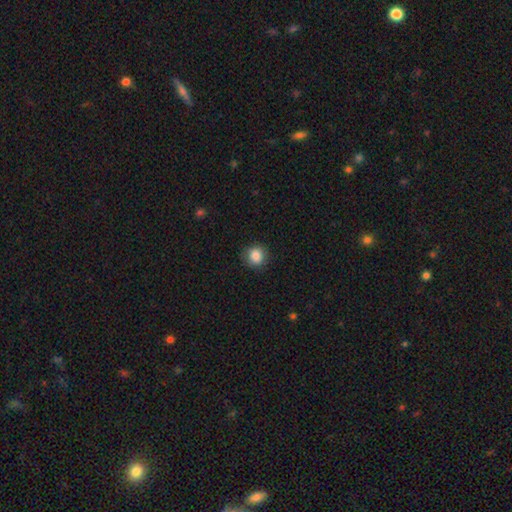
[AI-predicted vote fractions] Smooth or featured? smooth (86%)
How rounded? round (90%)
Merging? none (89%)